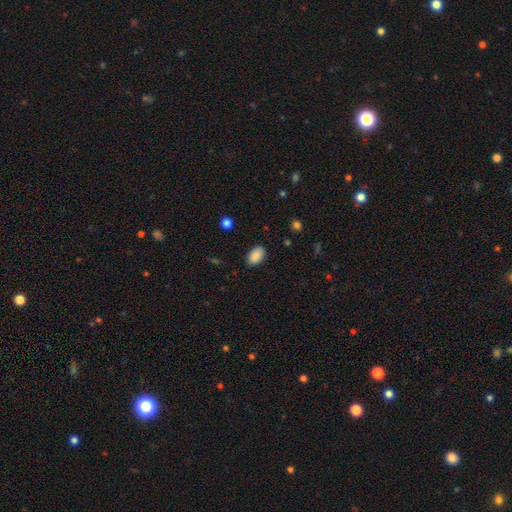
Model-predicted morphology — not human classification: A smooth galaxy with no disk features (88%) that is in between round and cigar-shaped (91%).

Vote fractions:
- Smooth or featured? smooth: 88% / star or artifact: 7% / featured or disk: 4%
- How rounded? in between: 91% / round: 8% / cigar-shaped: 1%
- Merging? none: 86% / minor disturbance: 10% / major disturbance: 2% / merger: 1%